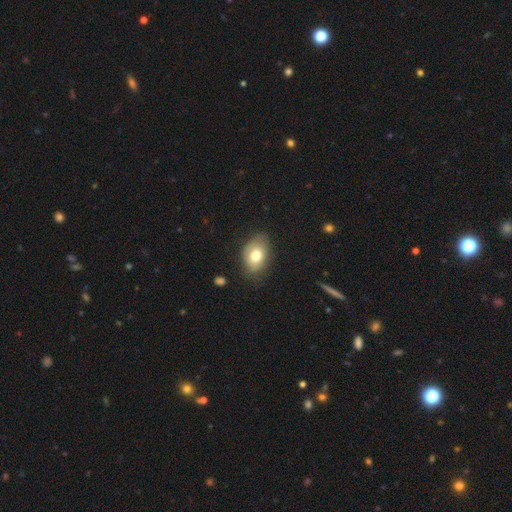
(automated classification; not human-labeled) A smooth galaxy with no disk features (76%) that is in between round and cigar-shaped (84%). Merging: none (71%).